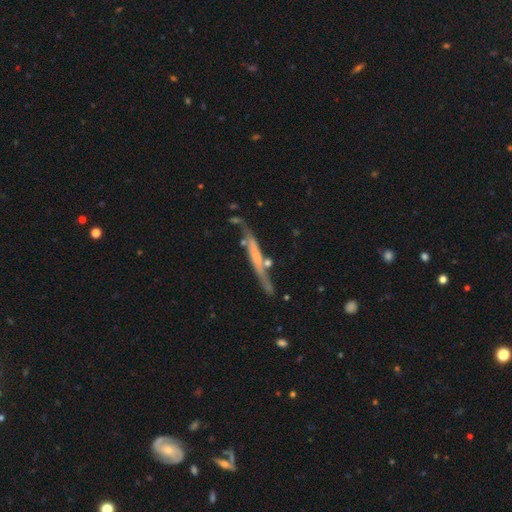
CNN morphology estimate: type=featured or disk (68%); edge-on=yes (80%); edge-on bulge=none (63%); merging=none (60%).